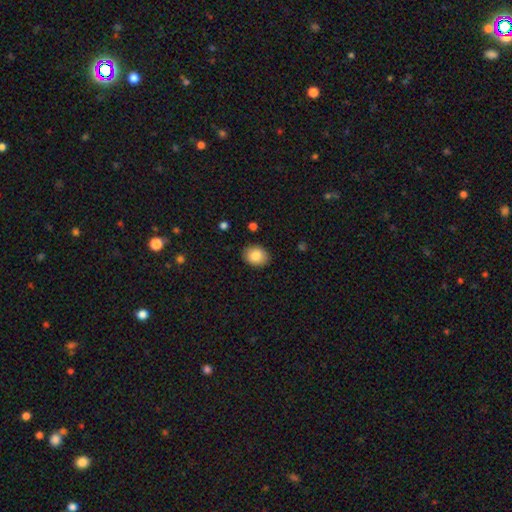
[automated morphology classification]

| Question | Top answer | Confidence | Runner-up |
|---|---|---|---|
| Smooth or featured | smooth | 85% | star or artifact (8%) |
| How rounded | in between | 53% | round (46%) |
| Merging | none | 87% | minor disturbance (9%) |